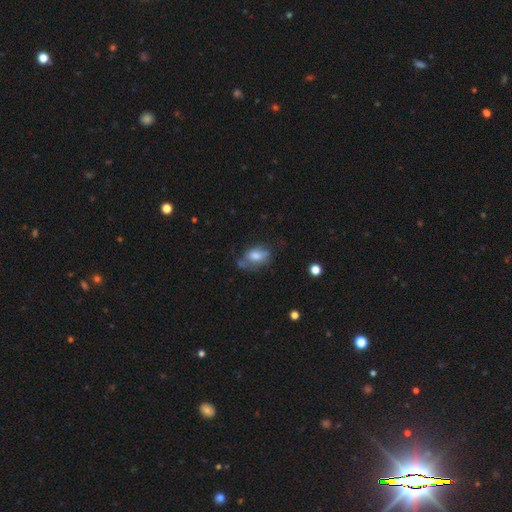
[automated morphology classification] Smooth or featured?
  - smooth: 65% *
  - featured or disk: 25%
  - star or artifact: 10%
How rounded?
  - in between: 83% *
  - round: 15%
  - cigar-shaped: 3%
Merging?
  - none: 43% *
  - minor disturbance: 32%
  - major disturbance: 19%
  - merger: 6%